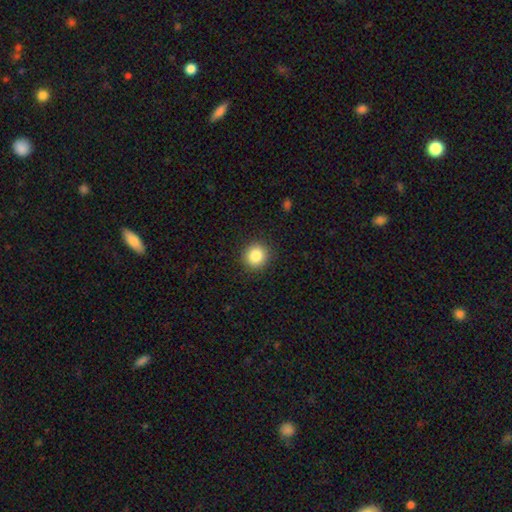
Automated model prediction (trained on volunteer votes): Q: Smooth or featured?
A: smooth (86%); runner-up: star or artifact (9%)
Q: How rounded?
A: round (93%); runner-up: in between (6%)
Q: Merging?
A: none (91%); runner-up: minor disturbance (6%)